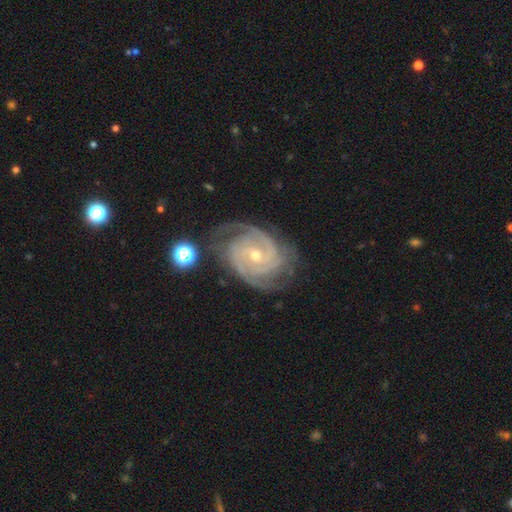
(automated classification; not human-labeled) Smooth or featured?
  - featured or disk: 91% *
  - star or artifact: 5%
  - smooth: 4%
Edge-on disk?
  - no: 97% *
  - yes: 3%
Bar?
  - no: 58% *
  - weak: 31%
  - strong: 11%
Spiral arms?
  - yes: 98% *
  - no: 2%
Spiral winding?
  - tight: 70% *
  - medium: 26%
  - loose: 3%
Spiral arm count?
  - 3: 33% *
  - 2: 21%
  - 4: 19%
  - can't tell: 14%
  - more than 4: 6%
  - 1: 6%
Bulge size?
  - small: 60% *
  - moderate: 38%
  - large: 1%
  - none: 1%
  - dominant: 1%
Merging?
  - none: 73% *
  - minor disturbance: 18%
  - major disturbance: 7%
  - merger: 2%